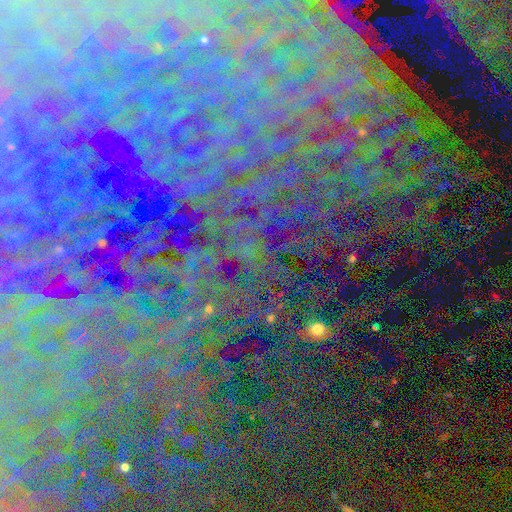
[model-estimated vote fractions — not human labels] Smooth or featured?
  - star or artifact: 82% *
  - smooth: 9%
  - featured or disk: 9%